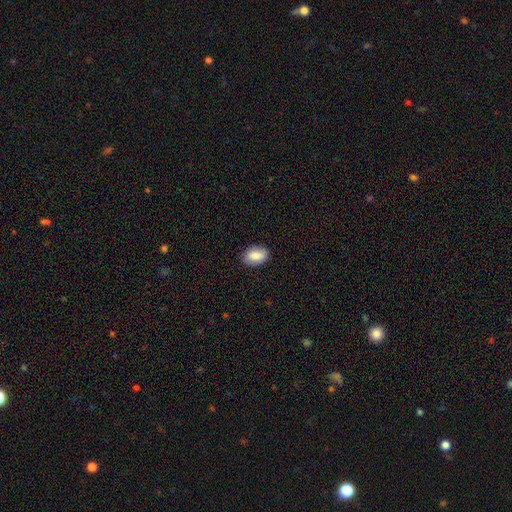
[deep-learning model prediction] Overall: smooth (84%). How rounded: in between (89%). Merging: none (88%).